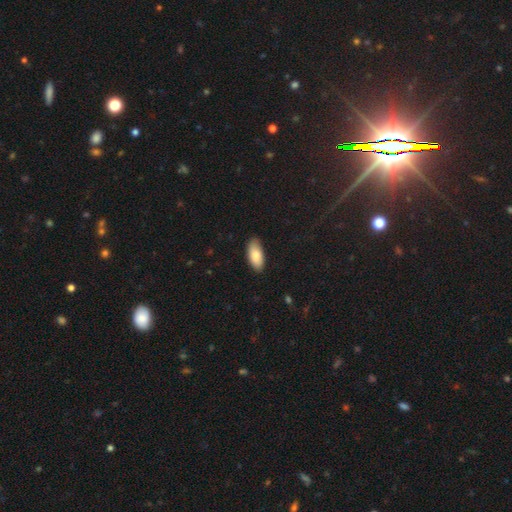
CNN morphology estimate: A smooth galaxy with no disk features (86%) that is in between round and cigar-shaped (88%). Merging: none (83%).